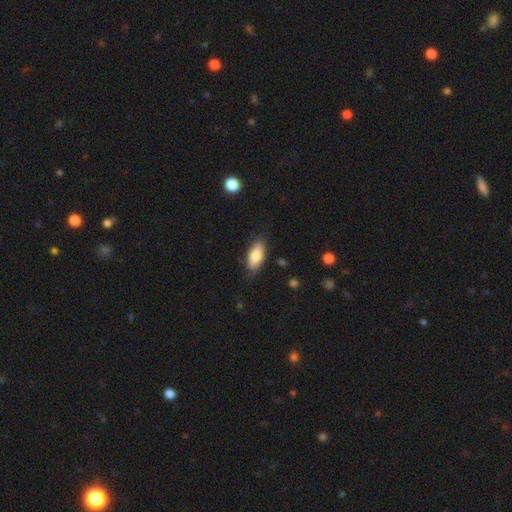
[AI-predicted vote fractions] The model was most divided on "smooth or featured": smooth: 78%, featured or disk: 15%, star or artifact: 6%. More confident: how rounded — in between (84%); merging — none (83%).